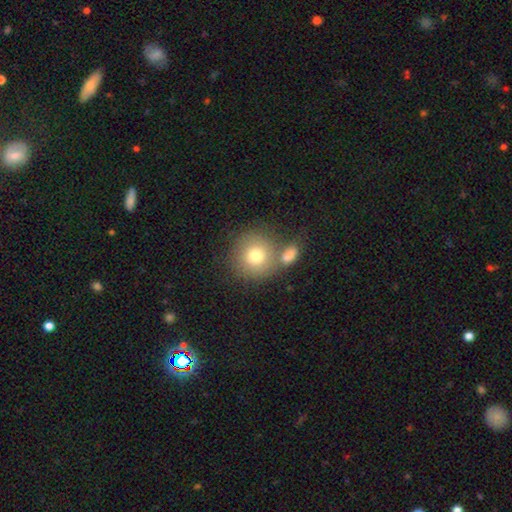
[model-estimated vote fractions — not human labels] Smooth or featured?
  - smooth: 76% *
  - featured or disk: 15%
  - star or artifact: 9%
How rounded?
  - round: 91% *
  - in between: 8%
  - cigar-shaped: 1%
Merging?
  - none: 59% *
  - merger: 25%
  - minor disturbance: 11%
  - major disturbance: 5%